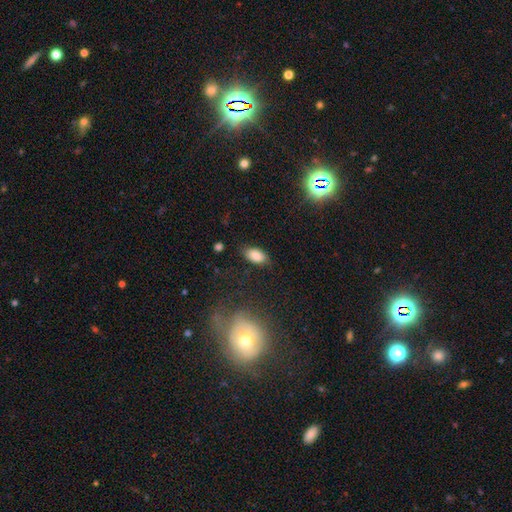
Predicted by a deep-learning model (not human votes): Smooth or featured: smooth — 85% (star or artifact — 9%)
How rounded: in between — 92% (round — 5%)
Merging: none — 78% (minor disturbance — 16%)